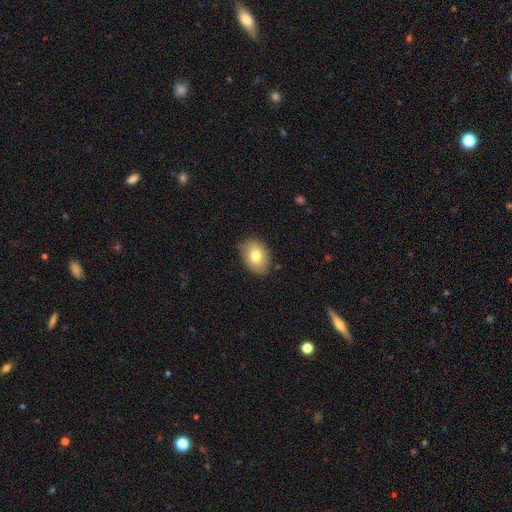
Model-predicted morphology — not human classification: This is likely a smooth galaxy (77%). How rounded: likely in between (77%). Merging: likely none (80%).